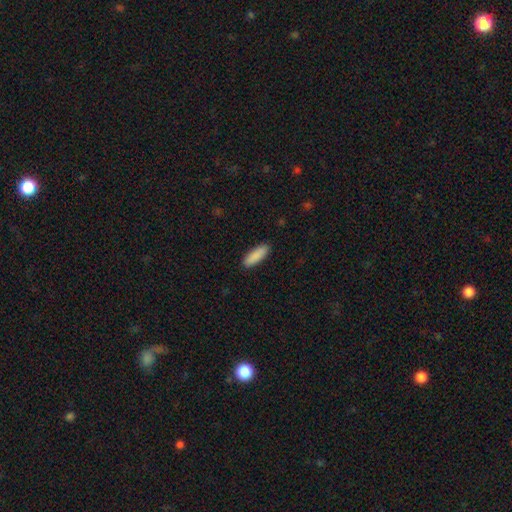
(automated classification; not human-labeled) A smooth galaxy with no disk features (90%) that is cigar-shaped (49%, tied with in between). Merging: none (90%).